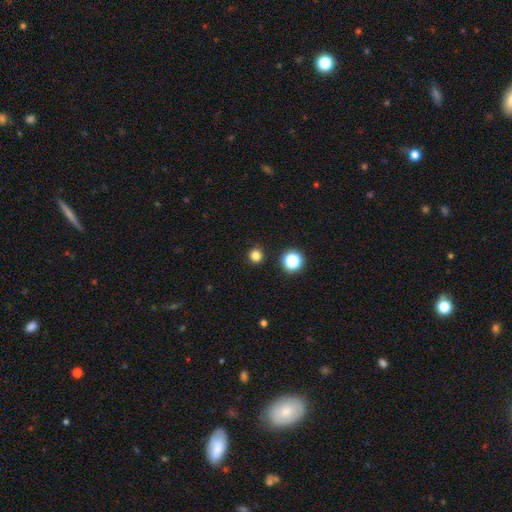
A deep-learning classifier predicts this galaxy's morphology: This appears to be a smooth galaxy with no disk features (80%) that is round (95%). Merging: none (92%).